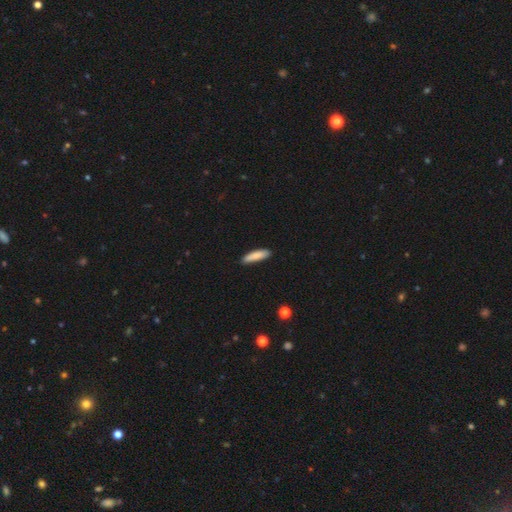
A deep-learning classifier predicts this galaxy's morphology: Smooth or featured? Predicted: smooth (p=0.84). How rounded? Predicted: cigar-shaped (p=0.73). Merging? Predicted: none (p=0.85).